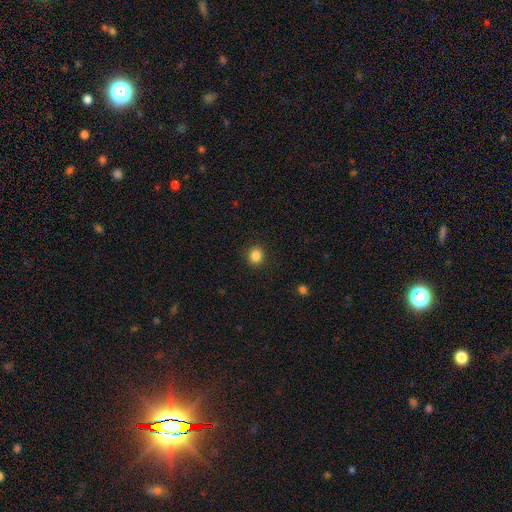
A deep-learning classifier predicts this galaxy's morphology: A smooth galaxy with no disk features (85%) that is round (78%). Merging: none (90%).